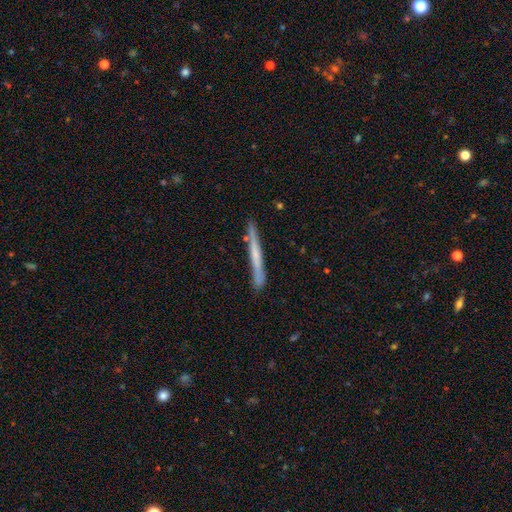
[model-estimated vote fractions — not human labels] The model was most divided on "smooth or featured": featured or disk: 50%, smooth: 44%, star or artifact: 6%. More confident: merging — none (85%).